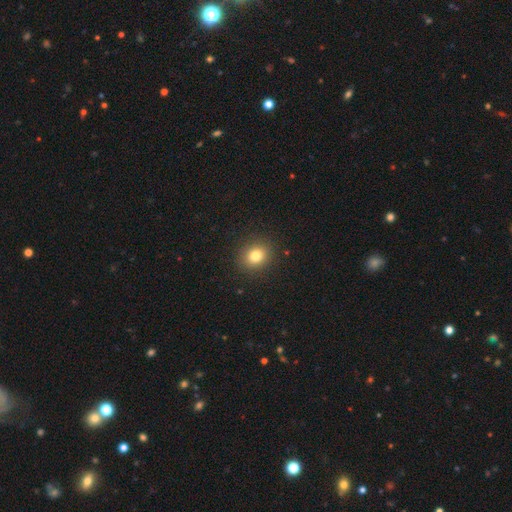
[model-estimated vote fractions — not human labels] Morphology: type=smooth (80%); roundness=round (71%); merging=none (90%).